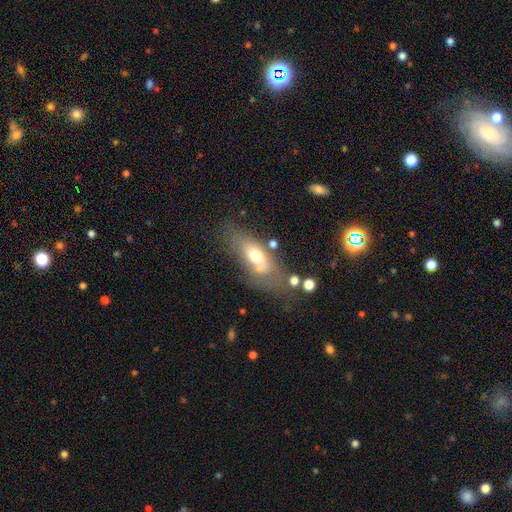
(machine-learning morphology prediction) Smooth or featured? Predicted: smooth (p=0.56). How rounded? Predicted: in between (p=0.76). Merging? Predicted: none (p=0.52).